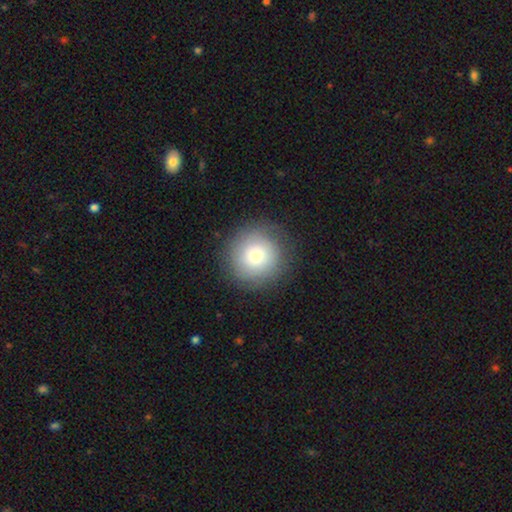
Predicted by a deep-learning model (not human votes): Q: Smooth or featured?
A: smooth (74%); runner-up: featured or disk (16%)
Q: How rounded?
A: round (95%); runner-up: in between (4%)
Q: Merging?
A: none (87%); runner-up: minor disturbance (8%)